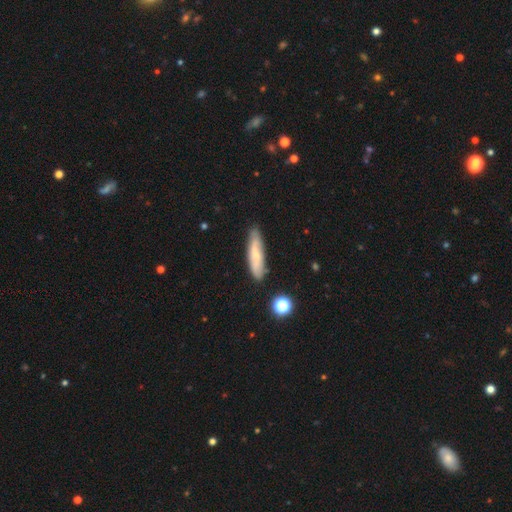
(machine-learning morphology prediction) Smooth or featured: smooth — 59% (featured or disk — 33%)
How rounded: cigar-shaped — 70% (in between — 28%)
Merging: none — 80% (minor disturbance — 14%)